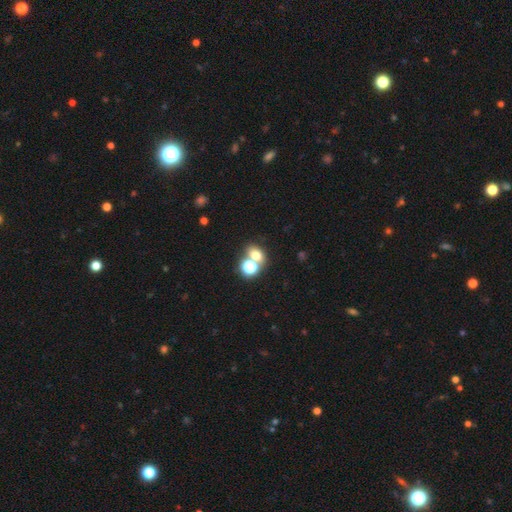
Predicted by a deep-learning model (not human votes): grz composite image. It shows a smooth galaxy with no disk features (66%) that is round (51%). Merging: none (50%).